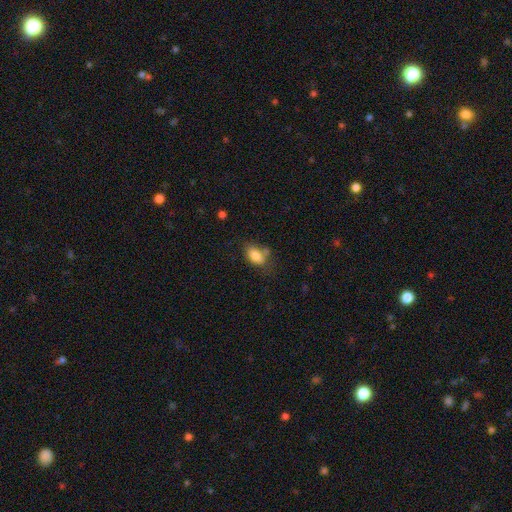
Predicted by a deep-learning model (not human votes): smooth_or_featured: smooth (p=0.81) [alt: featured or disk p=0.10]
how_rounded: in between (p=0.88) [alt: round p=0.10]
merging: none (p=0.56) [alt: minor disturbance p=0.22]